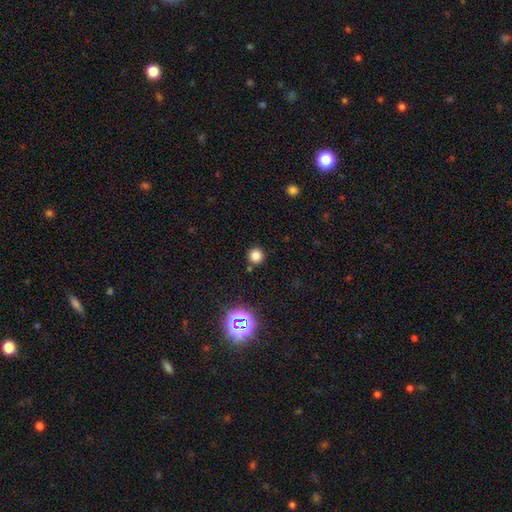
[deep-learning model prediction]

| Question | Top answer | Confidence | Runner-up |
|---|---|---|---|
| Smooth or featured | smooth | 77% | star or artifact (18%) |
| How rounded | round | 94% | in between (5%) |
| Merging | none | 86% | minor disturbance (7%) |